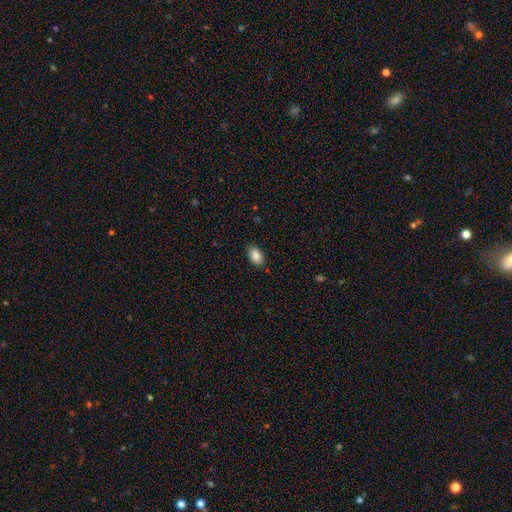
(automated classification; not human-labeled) Overall: smooth (85%). How rounded: in between (92%). Merging: none (87%).